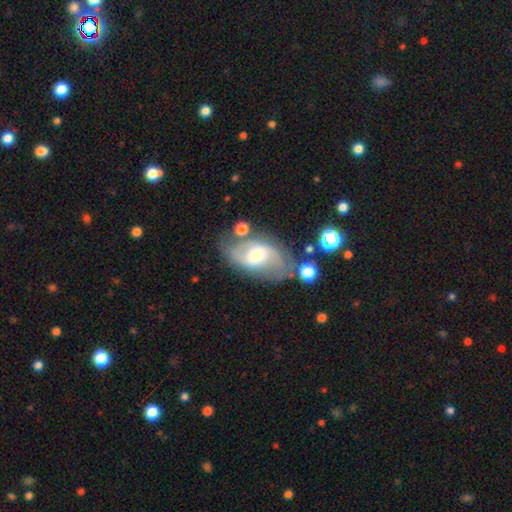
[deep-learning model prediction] smooth_or_featured: featured or disk (p=0.73) [alt: smooth p=0.20]
disk_edge_on: no (p=0.95) [alt: yes p=0.05]
bar: weak (p=0.43) [alt: no p=0.40]
has_spiral_arms: yes (p=0.86) [alt: no p=0.14]
spiral_winding: medium (p=0.45) [alt: loose p=0.34]
spiral_arm_count: 2 (p=0.79) [alt: can't tell p=0.13]
bulge_size: moderate (p=0.47) [alt: small p=0.45]
merging: none (p=0.59) [alt: minor disturbance p=0.20]